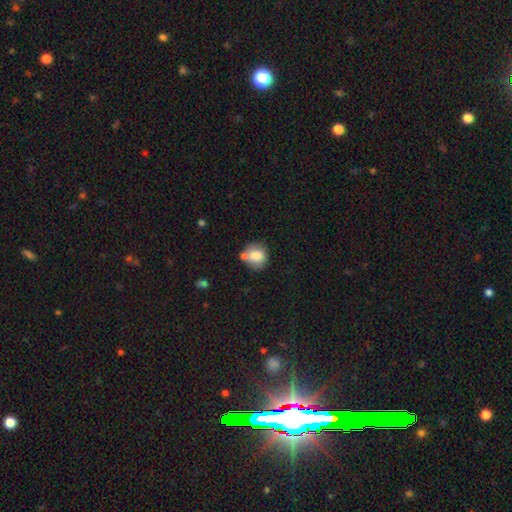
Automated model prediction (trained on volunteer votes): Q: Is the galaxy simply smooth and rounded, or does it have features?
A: smooth — 79%.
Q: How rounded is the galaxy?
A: round — 79%.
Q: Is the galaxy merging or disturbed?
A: none — 60%.